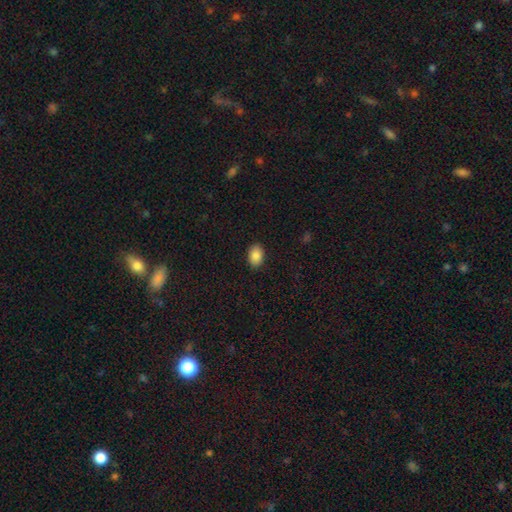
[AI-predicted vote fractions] This appears to be a smooth galaxy with no disk features (88%) that is in between round and cigar-shaped (86%). Merging: none (90%).